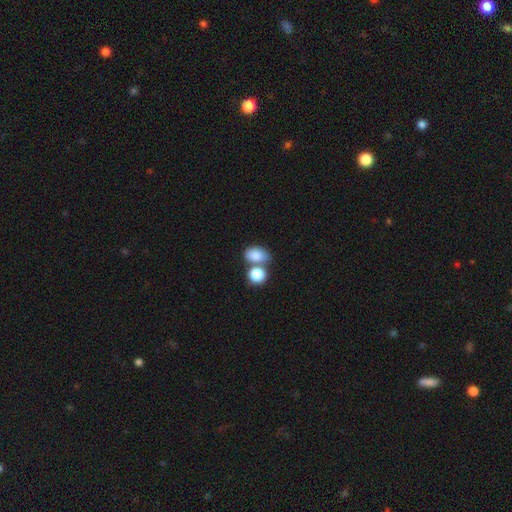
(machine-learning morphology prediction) smooth 82%, star or artifact 10%, featured or disk 8%. Down the decision tree: how rounded — in between (74%); merging — none (46%).